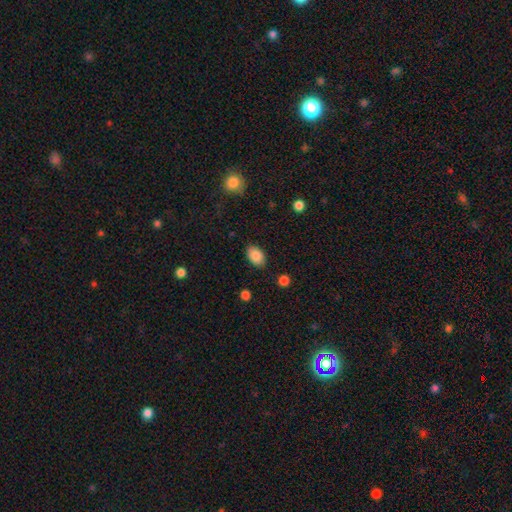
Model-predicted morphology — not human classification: Smooth or featured? smooth (87%)
How rounded? in between (89%)
Merging? none (85%)